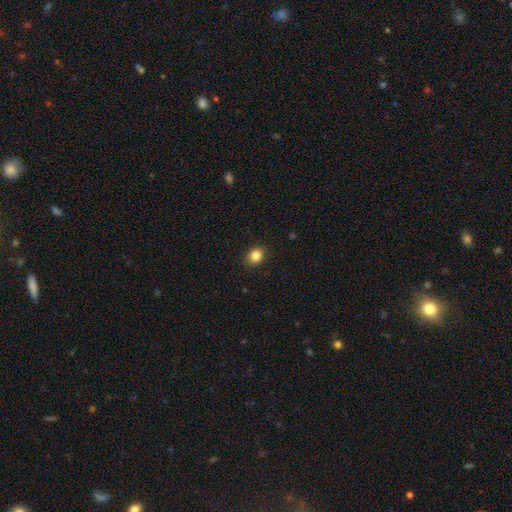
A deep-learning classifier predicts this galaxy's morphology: Q: Smooth or featured?
A: smooth (86%); runner-up: star or artifact (10%)
Q: How rounded?
A: in between (50%); runner-up: round (49%)
Q: Merging?
A: none (89%); runner-up: minor disturbance (8%)